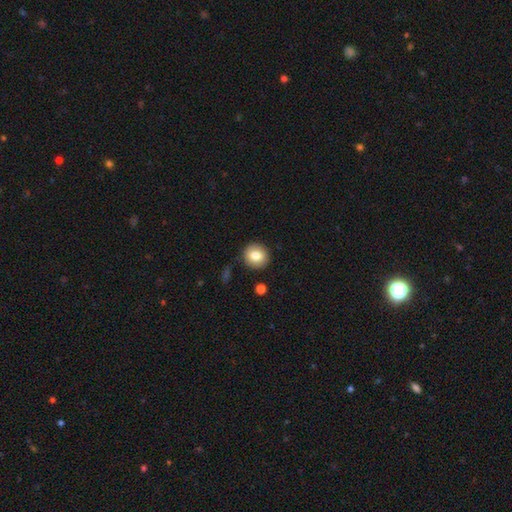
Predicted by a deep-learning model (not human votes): smooth 80%, featured or disk 11%, star or artifact 9%. Down the decision tree: how rounded — round (91%); merging — none (89%).